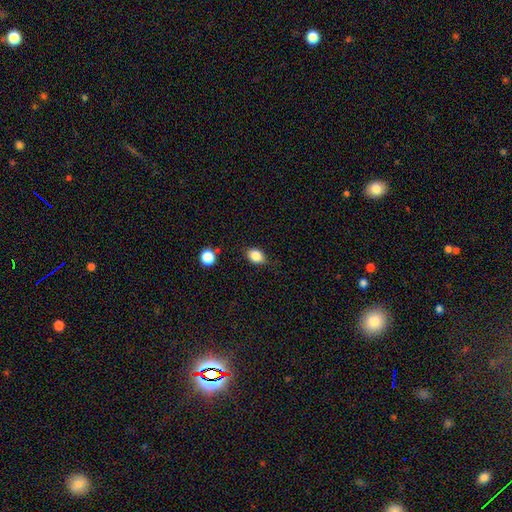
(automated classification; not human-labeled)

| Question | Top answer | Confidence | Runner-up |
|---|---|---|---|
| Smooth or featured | smooth | 85% | star or artifact (9%) |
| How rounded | in between | 70% | round (29%) |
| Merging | none | 79% | minor disturbance (16%) |